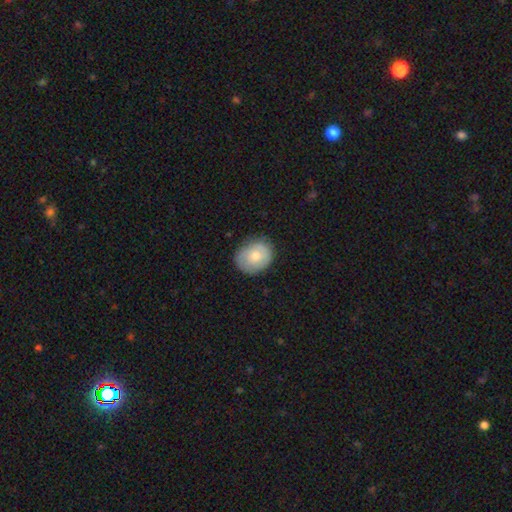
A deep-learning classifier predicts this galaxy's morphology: Overall: smooth (68%). How rounded: round (61%; in between 38%). Merging: none (79%).